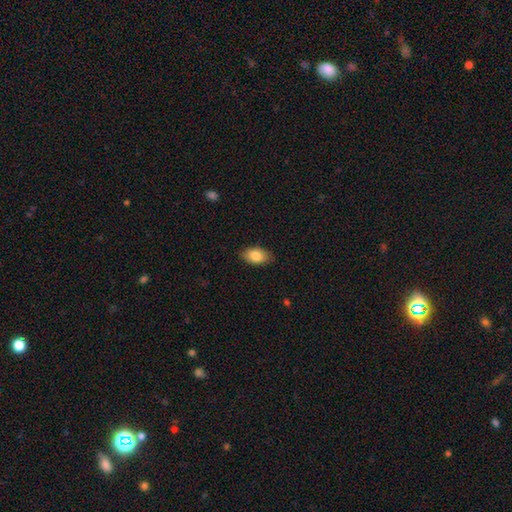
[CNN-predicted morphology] smooth 83%, featured or disk 10%, star or artifact 7%. Down the decision tree: how rounded — in between (92%); merging — none (86%).